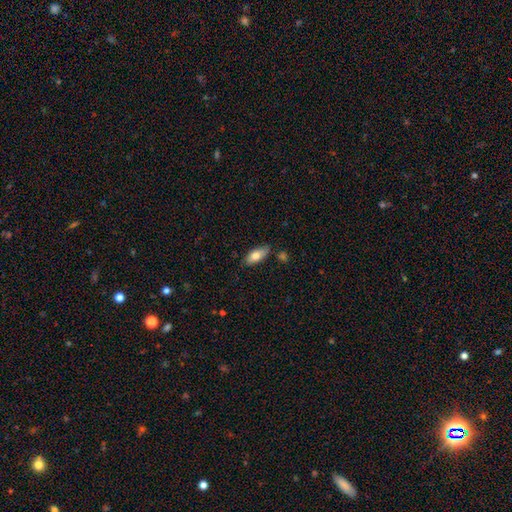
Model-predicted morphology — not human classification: Smooth or featured? smooth (72%)
How rounded? in between (81%)
Merging? none (78%)